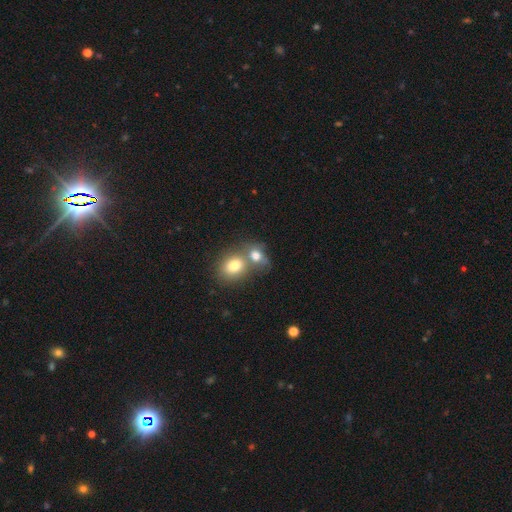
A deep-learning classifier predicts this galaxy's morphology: Overall: smooth (77%). How rounded: round (53%; in between 45%). Merging: merger (59%; none 28%).